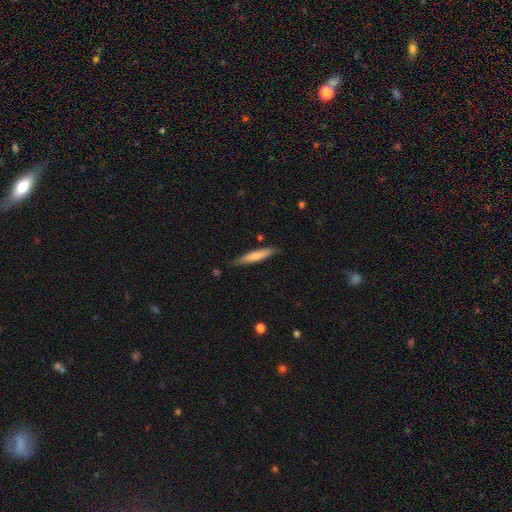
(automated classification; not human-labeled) The model was most divided on "smooth or featured": smooth: 73%, featured or disk: 22%, star or artifact: 5%. More confident: how rounded — cigar-shaped (90%); merging — none (82%).